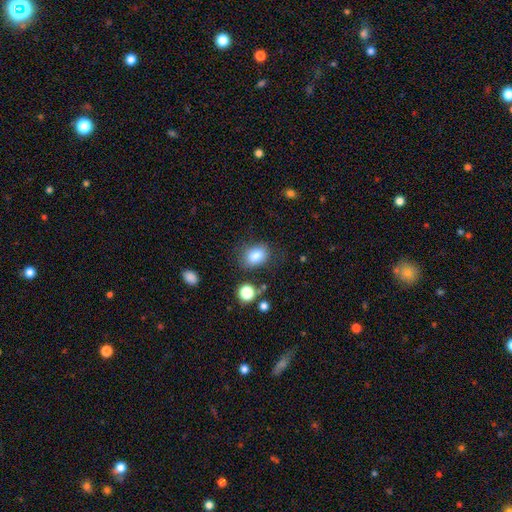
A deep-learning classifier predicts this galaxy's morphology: Smooth or featured?
  - smooth: 83% *
  - star or artifact: 9%
  - featured or disk: 7%
How rounded?
  - in between: 74% *
  - round: 24%
  - cigar-shaped: 1%
Merging?
  - none: 74% *
  - minor disturbance: 17%
  - major disturbance: 6%
  - merger: 4%